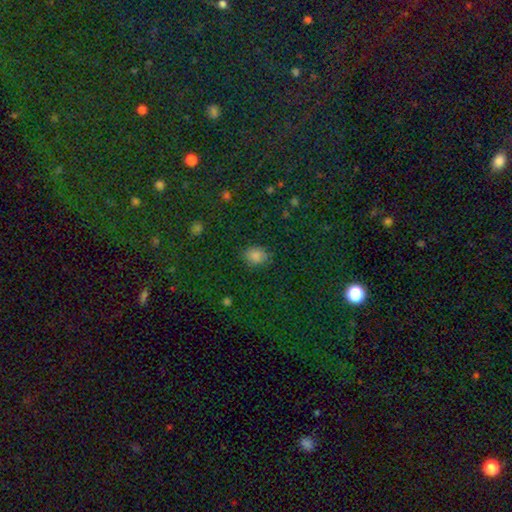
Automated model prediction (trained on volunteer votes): This is likely a smooth galaxy (80%). How rounded: possibly round (54%). Merging: clearly none (83%).